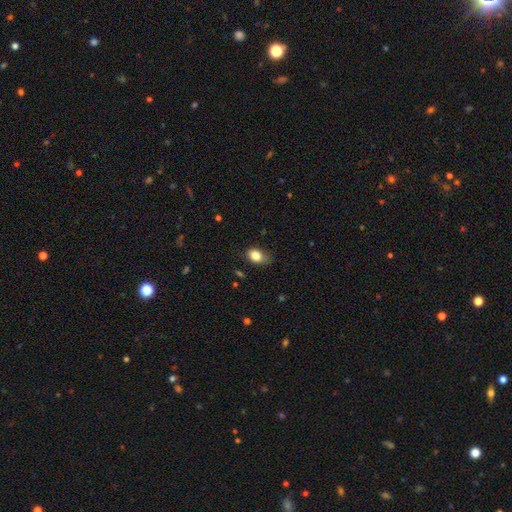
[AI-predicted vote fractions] A smooth galaxy with no disk features (84%) that is in between round and cigar-shaped (78%). Merging: none (67%).